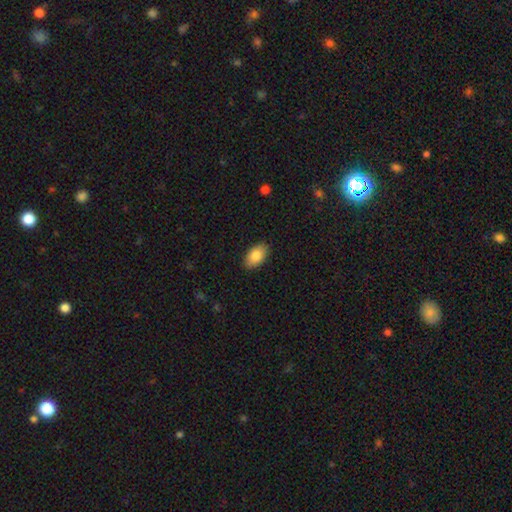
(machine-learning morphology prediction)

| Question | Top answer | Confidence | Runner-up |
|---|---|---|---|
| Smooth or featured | smooth | 86% | featured or disk (8%) |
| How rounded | in between | 93% | round (5%) |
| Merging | none | 88% | minor disturbance (9%) |